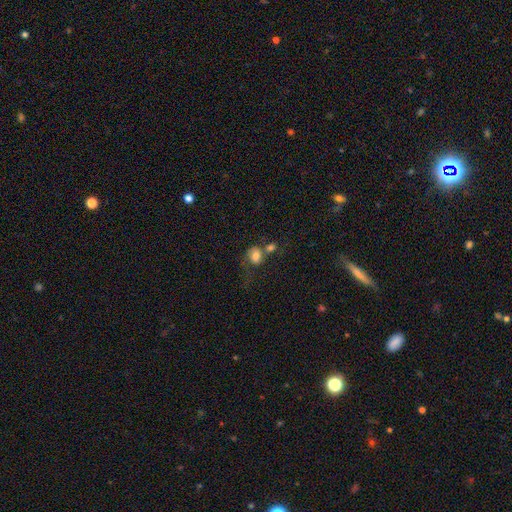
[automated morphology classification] Overall: smooth (72%). How rounded: round (58%; in between 41%). Merging: merger (46%; none 27%).